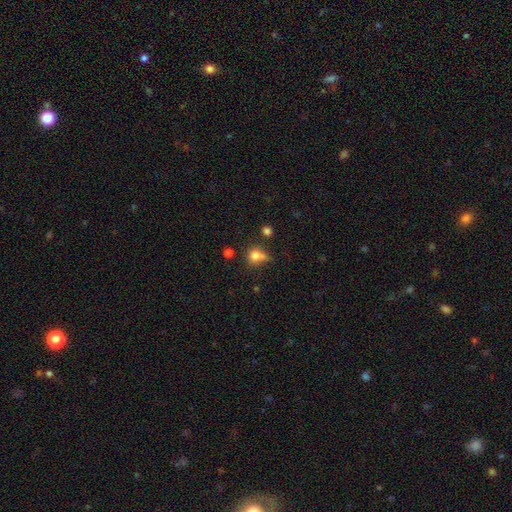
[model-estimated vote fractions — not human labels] This is likely a smooth galaxy (76%). How rounded: likely round (71%). Merging: marginally none (44%).